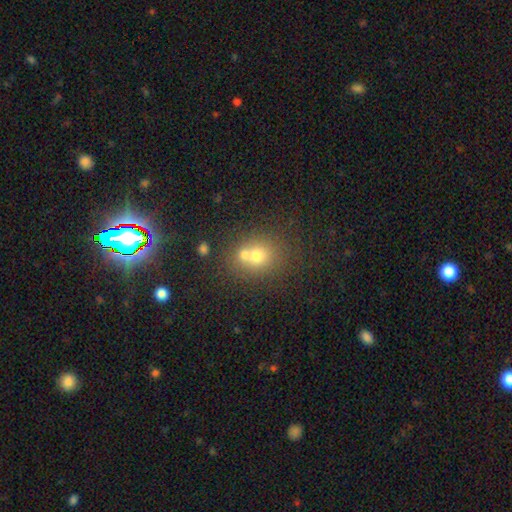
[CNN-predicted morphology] Q: Smooth or featured?
A: smooth (63%); runner-up: star or artifact (21%)
Q: How rounded?
A: round (73%); runner-up: in between (26%)
Q: Merging?
A: merger (47%); runner-up: none (43%)